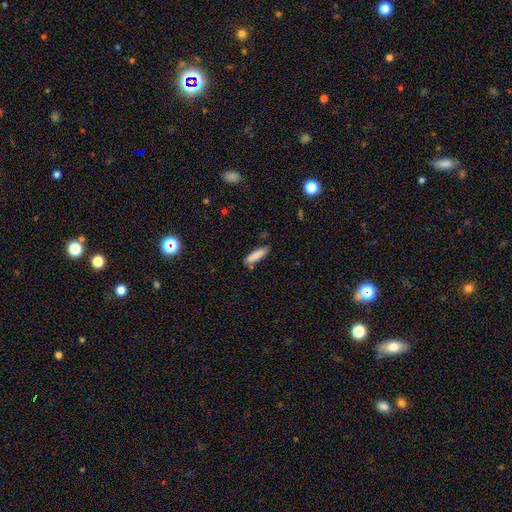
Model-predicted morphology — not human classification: smooth_or_featured: smooth (p=0.85) [alt: featured or disk p=0.08]
how_rounded: cigar-shaped (p=0.71) [alt: in between p=0.28]
merging: none (p=0.82) [alt: minor disturbance p=0.12]